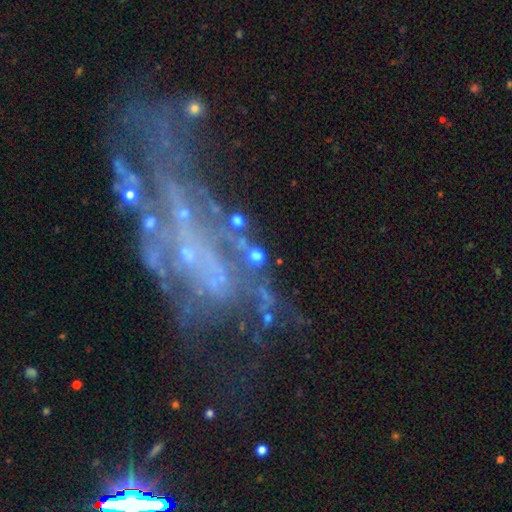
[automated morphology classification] This appears to be a smooth galaxy with no disk features (48%). Merging: none (57%).